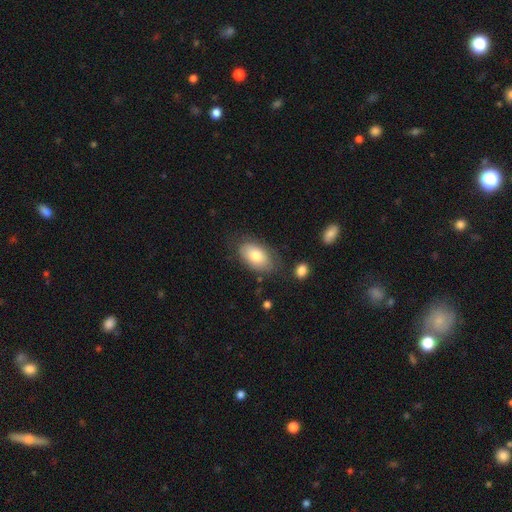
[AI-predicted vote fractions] Smooth or featured? smooth (76%)
How rounded? in between (92%)
Merging? none (71%)